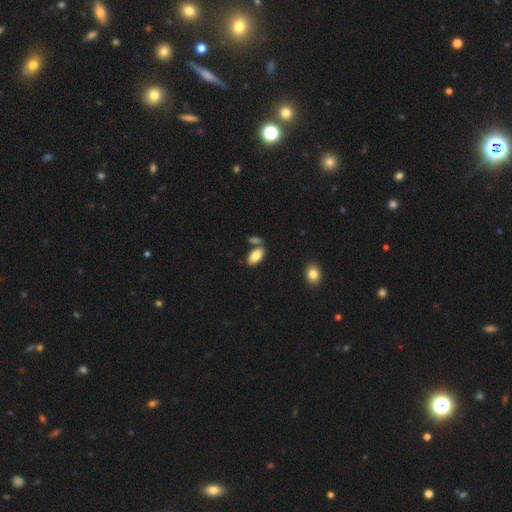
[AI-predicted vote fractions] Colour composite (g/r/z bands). It shows a smooth galaxy with no disk features (82%) that is in between round and cigar-shaped (93%). Merging: none (68%).